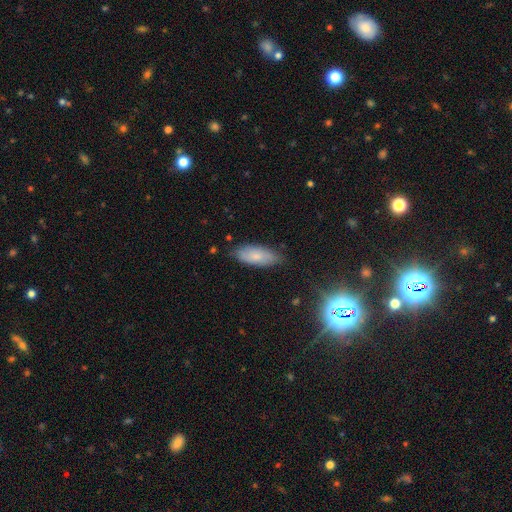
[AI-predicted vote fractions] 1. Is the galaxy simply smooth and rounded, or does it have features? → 74% smooth, 18% featured or disk, 8% star or artifact.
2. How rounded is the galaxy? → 81% in between, 17% cigar-shaped, 2% round.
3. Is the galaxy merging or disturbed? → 76% none, 19% minor disturbance, 3% major disturbance, 1% merger.